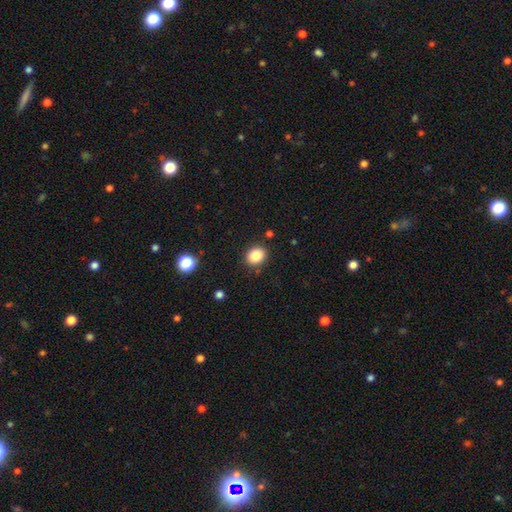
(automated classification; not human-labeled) This is clearly a smooth galaxy (85%). How rounded: likely round (60%). Merging: clearly none (88%).